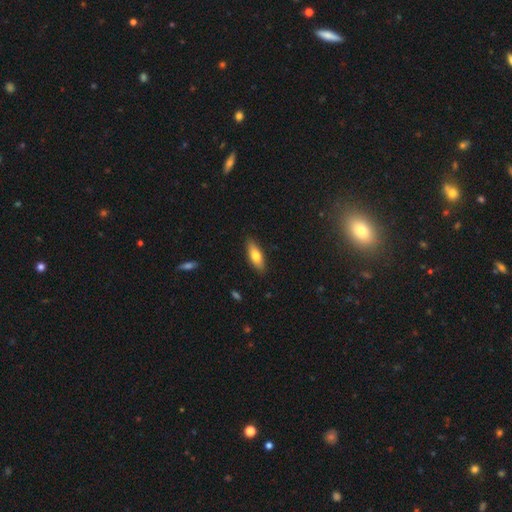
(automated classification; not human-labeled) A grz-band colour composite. It shows a smooth galaxy with no disk features (73%) that is in between round and cigar-shaped (66%). Merging: none (87%).